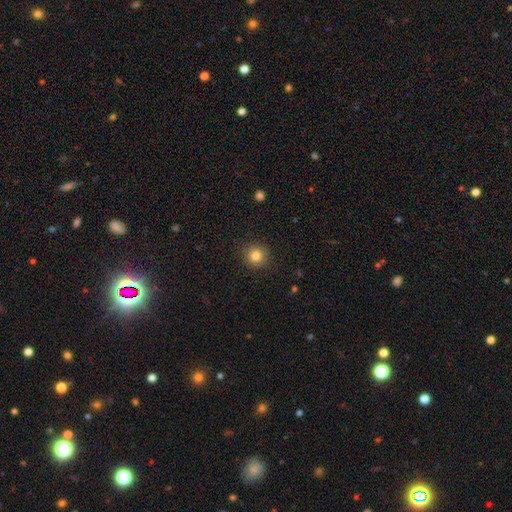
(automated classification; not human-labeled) Q: Smooth or featured?
A: smooth (82%); runner-up: star or artifact (12%)
Q: How rounded?
A: round (93%); runner-up: in between (6%)
Q: Merging?
A: none (90%); runner-up: minor disturbance (6%)